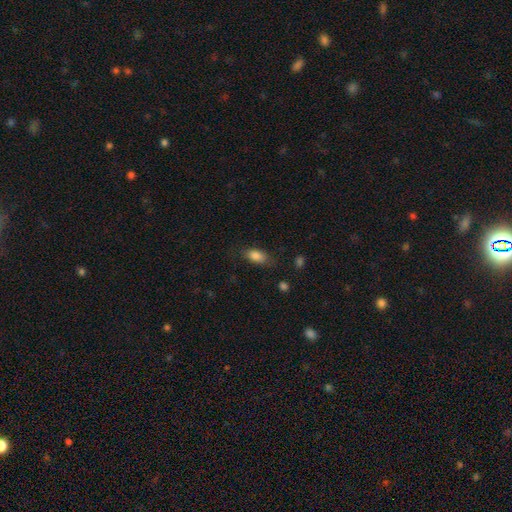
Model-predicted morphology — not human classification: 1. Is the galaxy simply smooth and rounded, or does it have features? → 85% smooth, 8% star or artifact, 7% featured or disk.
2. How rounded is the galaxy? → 88% in between, 6% cigar-shaped, 5% round.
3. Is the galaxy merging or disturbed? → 77% none, 16% minor disturbance, 5% major disturbance, 1% merger.